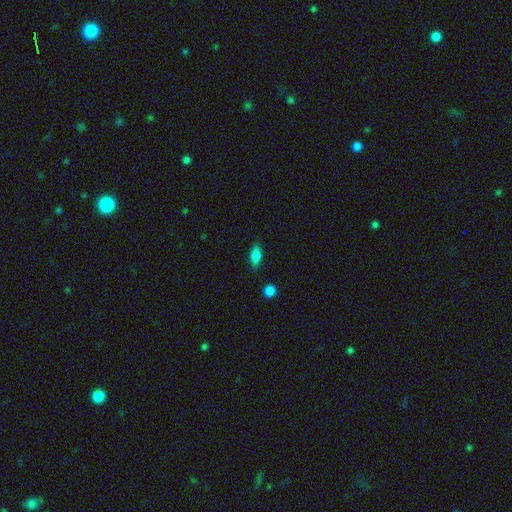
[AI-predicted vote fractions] Smooth or featured?
  - smooth: 79% *
  - featured or disk: 13%
  - star or artifact: 8%
How rounded?
  - in between: 80% *
  - cigar-shaped: 15%
  - round: 5%
Merging?
  - none: 82% *
  - minor disturbance: 13%
  - major disturbance: 3%
  - merger: 2%